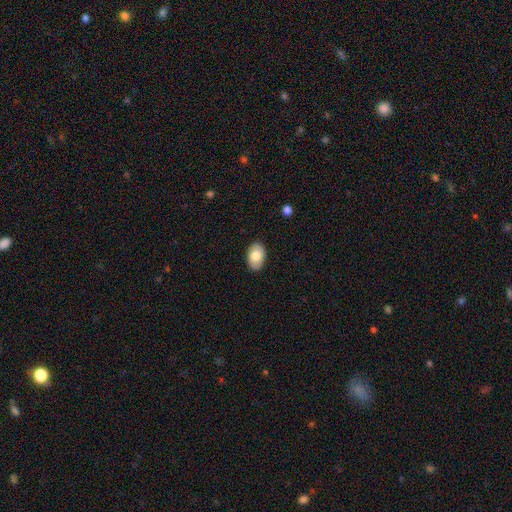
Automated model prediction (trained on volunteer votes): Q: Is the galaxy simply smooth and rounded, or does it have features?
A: smooth — 80%.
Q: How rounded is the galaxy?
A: in between — 89%.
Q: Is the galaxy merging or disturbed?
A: none — 88%.